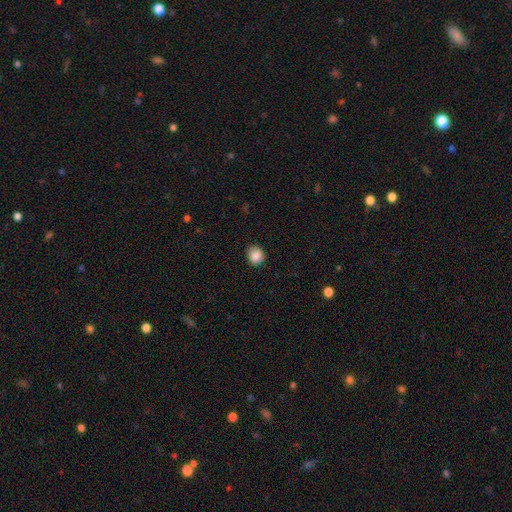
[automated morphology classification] smooth 87%, star or artifact 9%, featured or disk 4%. Down the decision tree: how rounded — round (77%); merging — none (88%).